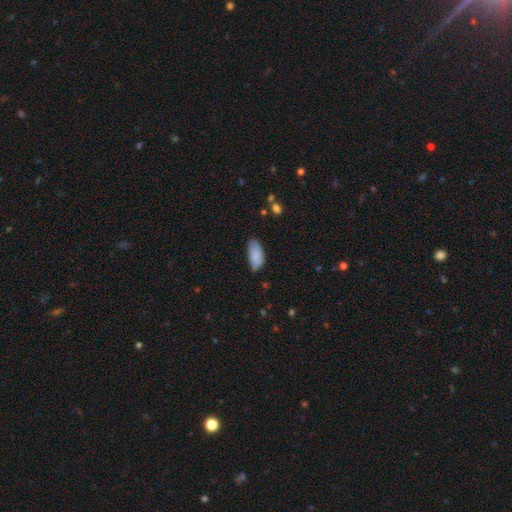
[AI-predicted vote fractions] Smooth or featured? smooth (83%)
How rounded? in between (92%)
Merging? none (62%)